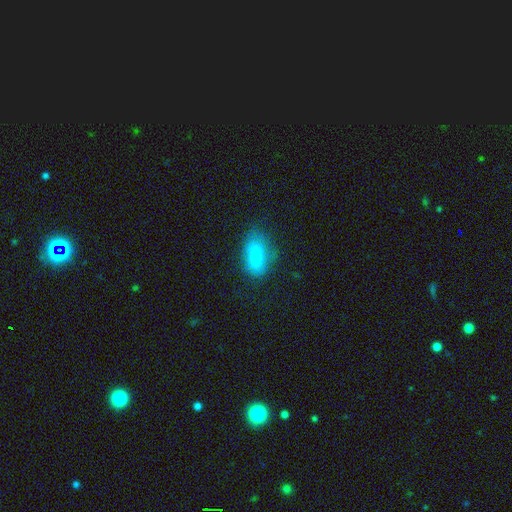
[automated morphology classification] A smooth galaxy with no disk features (75%) that is in between round and cigar-shaped (78%).

Vote fractions:
- Smooth or featured? smooth: 75% / featured or disk: 16% / star or artifact: 9%
- How rounded? in between: 78% / cigar-shaped: 18% / round: 4%
- Merging? none: 58% / minor disturbance: 28% / major disturbance: 12% / merger: 3%